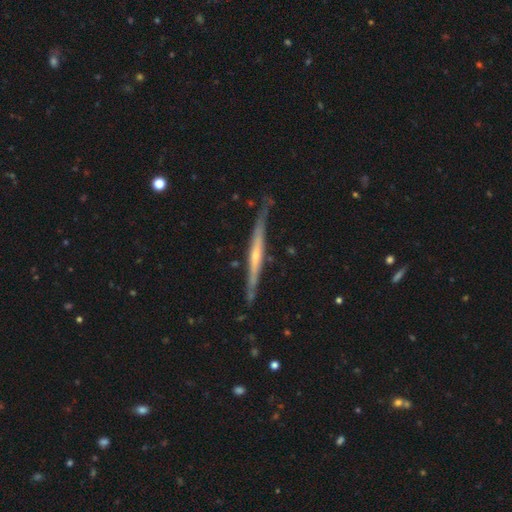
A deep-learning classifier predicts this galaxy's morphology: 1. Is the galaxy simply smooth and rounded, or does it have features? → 73% featured or disk, 22% smooth, 5% star or artifact.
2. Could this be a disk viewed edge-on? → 96% yes, 4% no.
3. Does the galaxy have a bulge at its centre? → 49% rounded, 44% none, 6% boxy.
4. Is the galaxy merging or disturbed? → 78% none, 17% minor disturbance, 3% major disturbance, 2% merger.